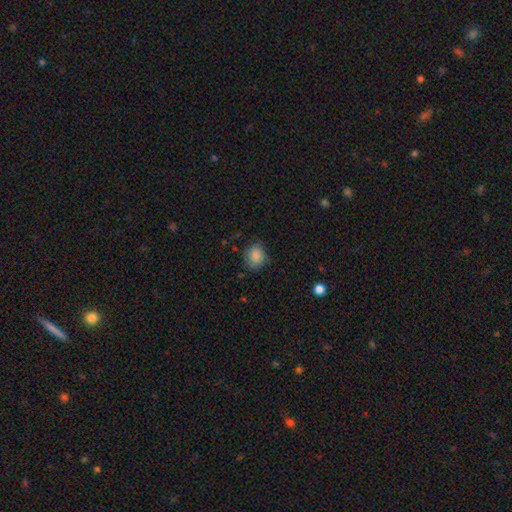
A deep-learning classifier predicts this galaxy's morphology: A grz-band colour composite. It shows a smooth galaxy with no disk features (85%) that is round (63%). Merging: none (68%).